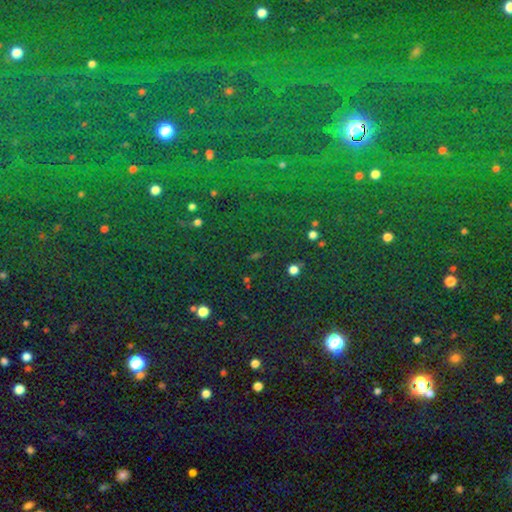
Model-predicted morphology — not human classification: This appears to be a star or artifact, not a galaxy (70%).